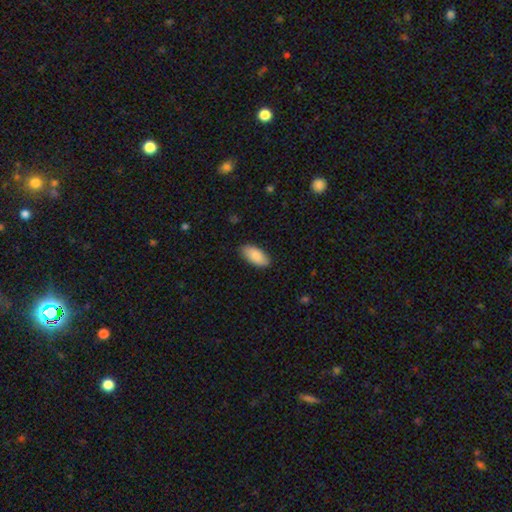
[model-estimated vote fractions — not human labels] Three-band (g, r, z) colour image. It shows a smooth galaxy with no disk features (88%) that is in between round and cigar-shaped (93%). Merging: none (86%).